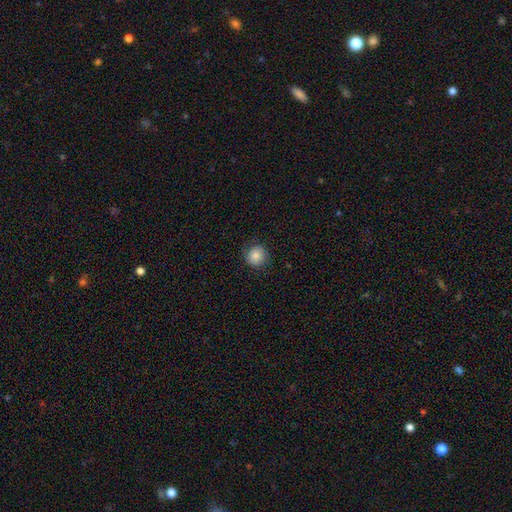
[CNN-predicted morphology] smooth-or-featured: smooth: 83% | star or artifact: 9% | featured or disk: 8%
  how-rounded: round: 90% | in between: 9% | cigar-shaped: 1%
  merging: none: 82% | minor disturbance: 13% | major disturbance: 4% | merger: 1%